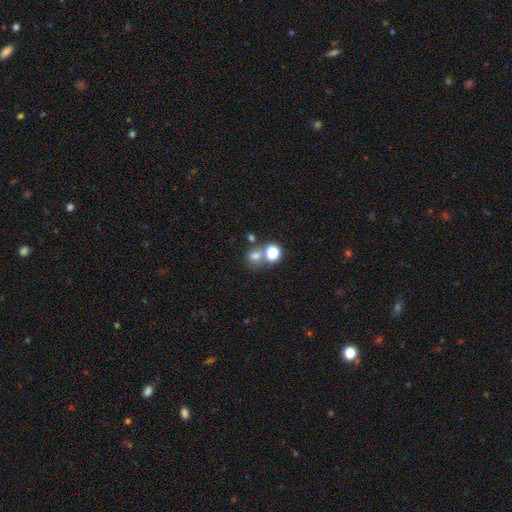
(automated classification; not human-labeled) This appears to be a smooth galaxy with no disk features (68%) that is round (74%). Merging: none (53%).